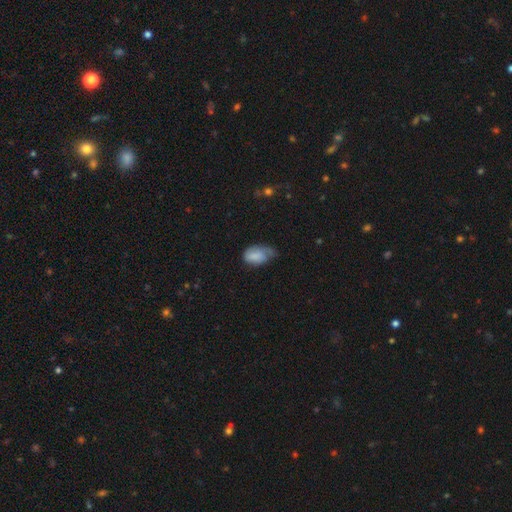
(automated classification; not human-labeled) This is likely a smooth galaxy (79%). How rounded: clearly in between (91%). Merging: possibly minor disturbance (48%).